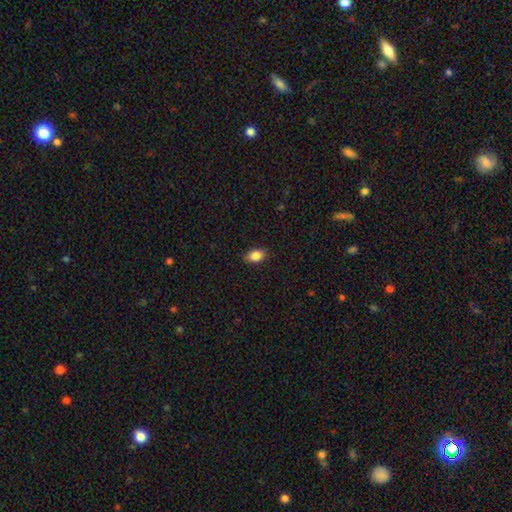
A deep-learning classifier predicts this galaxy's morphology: smooth 86%, star or artifact 8%, featured or disk 6%. Down the decision tree: how rounded — in between (89%); merging — none (88%).